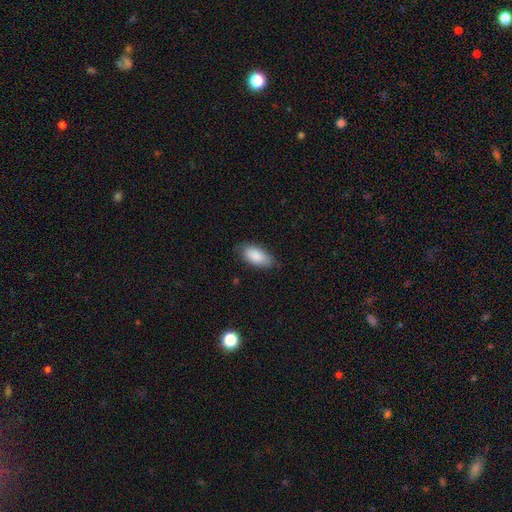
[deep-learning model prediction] A smooth galaxy with no disk features (88%) that is in between round and cigar-shaped (91%). Merging: none (79%).